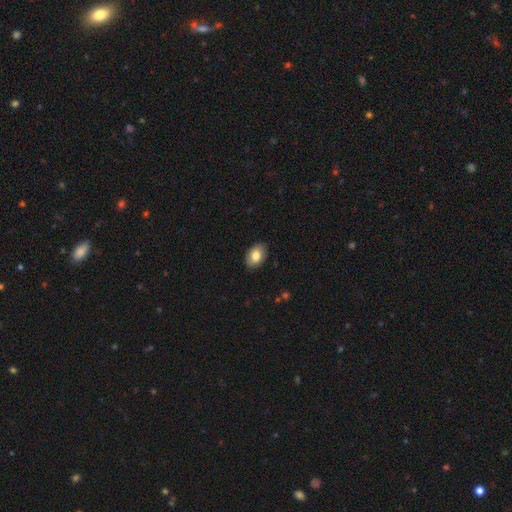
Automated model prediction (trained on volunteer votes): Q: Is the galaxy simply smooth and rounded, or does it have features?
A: smooth — 81%.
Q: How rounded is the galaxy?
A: in between — 86%.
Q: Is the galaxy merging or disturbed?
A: none — 87%.